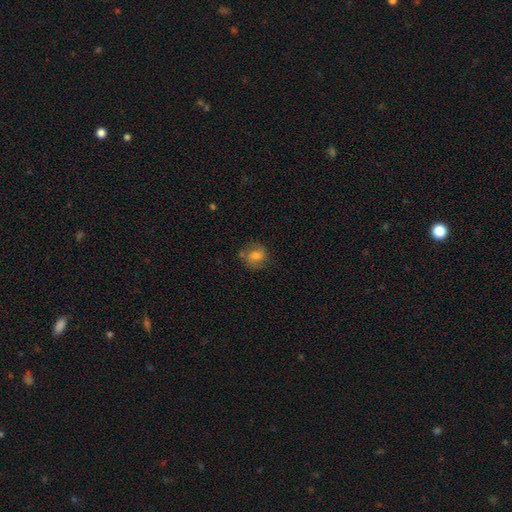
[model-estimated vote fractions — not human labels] Smooth or featured? smooth (46%)
Merging? none (68%)